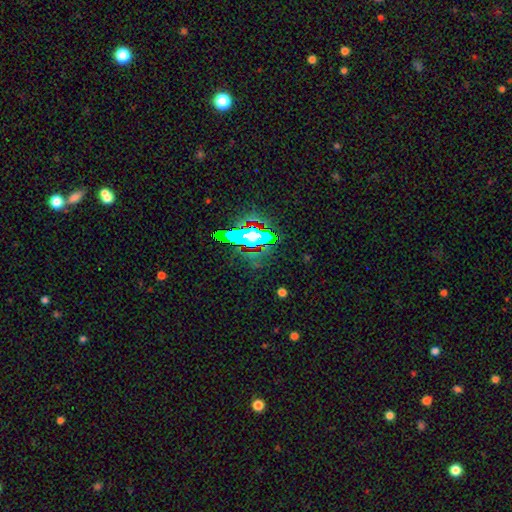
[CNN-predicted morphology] smooth_or_featured: star or artifact (p=0.77) [alt: smooth p=0.12]